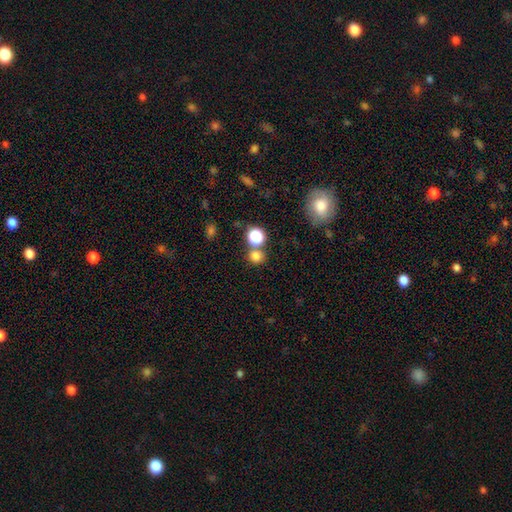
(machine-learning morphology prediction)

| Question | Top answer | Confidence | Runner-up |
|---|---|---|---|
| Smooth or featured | smooth | 76% | star or artifact (18%) |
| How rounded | round | 84% | in between (15%) |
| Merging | none | 68% | merger (21%) |